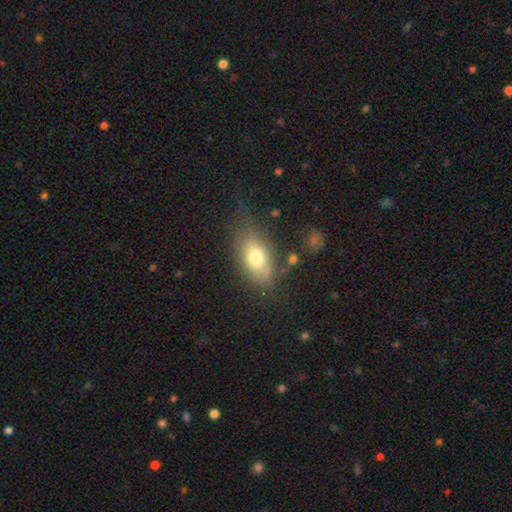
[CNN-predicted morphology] Smooth or featured?
  - smooth: 71% *
  - featured or disk: 21%
  - star or artifact: 9%
How rounded?
  - in between: 87% *
  - round: 7%
  - cigar-shaped: 6%
Merging?
  - none: 59% *
  - minor disturbance: 25%
  - major disturbance: 11%
  - merger: 4%